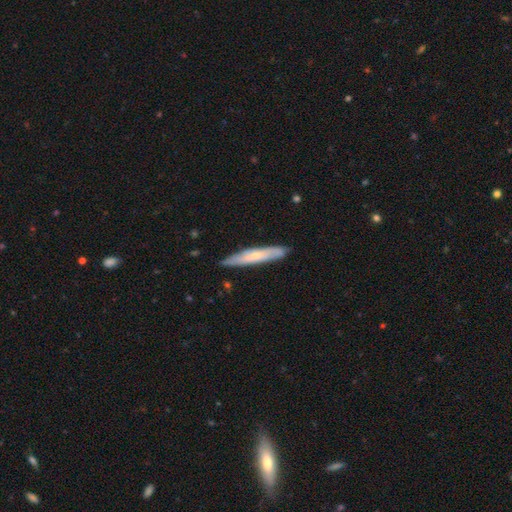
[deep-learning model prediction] This is possibly a smooth galaxy (49%). Merging: clearly none (84%).